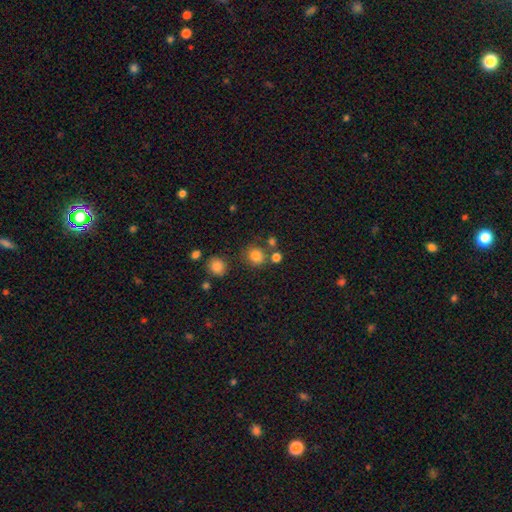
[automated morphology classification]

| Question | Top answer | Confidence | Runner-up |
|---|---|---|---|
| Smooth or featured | smooth | 81% | star or artifact (13%) |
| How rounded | round | 87% | in between (12%) |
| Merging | none | 74% | merger (12%) |